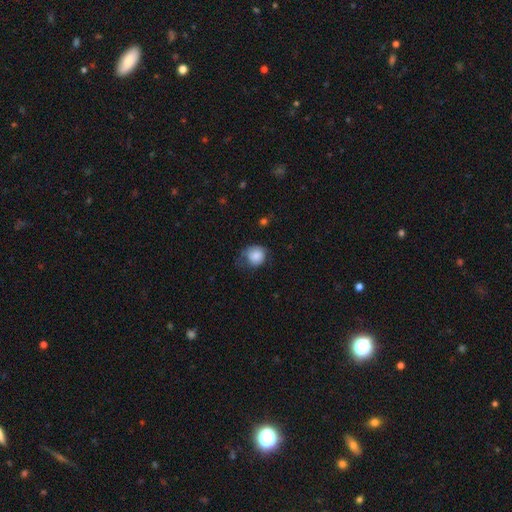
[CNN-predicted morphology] Smooth or featured: smooth — 83% (featured or disk — 9%)
How rounded: round — 75% (in between — 25%)
Merging: none — 44% (minor disturbance — 35%)